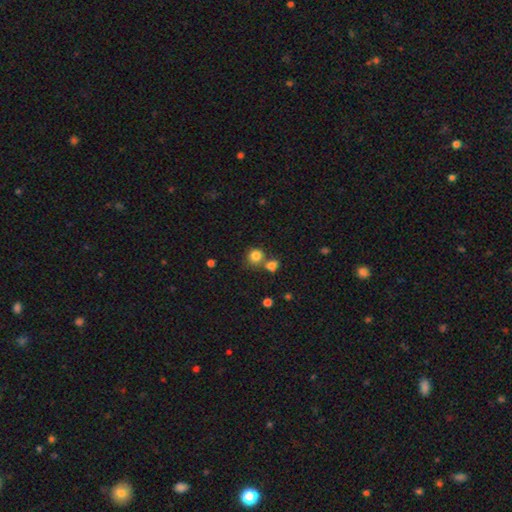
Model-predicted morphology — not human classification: A smooth galaxy with no disk features (83%) that is round (84%). Merging: none (59%).